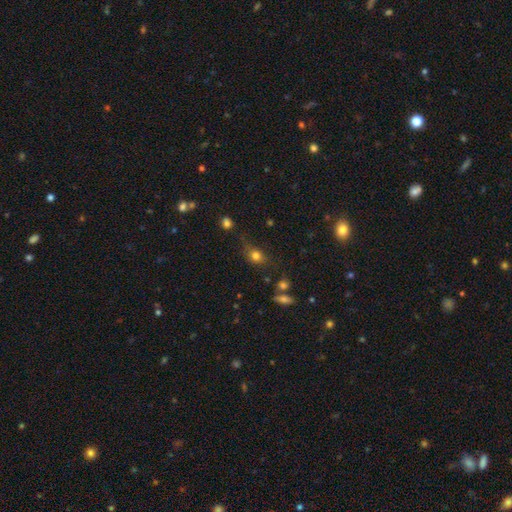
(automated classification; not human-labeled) Overall: smooth (79%). How rounded: in between (53%; round 45%). Merging: none (58%; minor disturbance 26%).